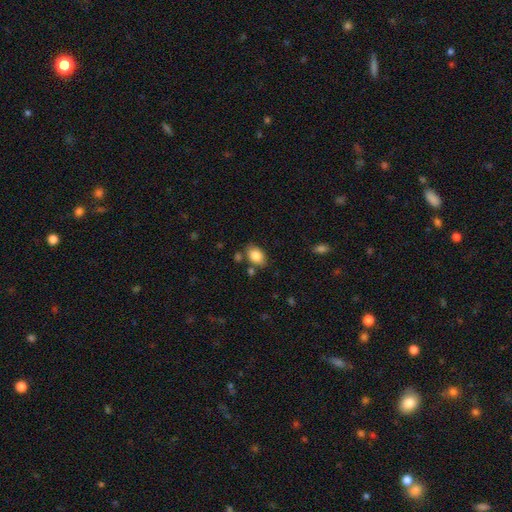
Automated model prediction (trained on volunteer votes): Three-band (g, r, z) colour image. It shows a smooth galaxy with no disk features (84%) that is in between round and cigar-shaped (81%). Merging: none (76%).